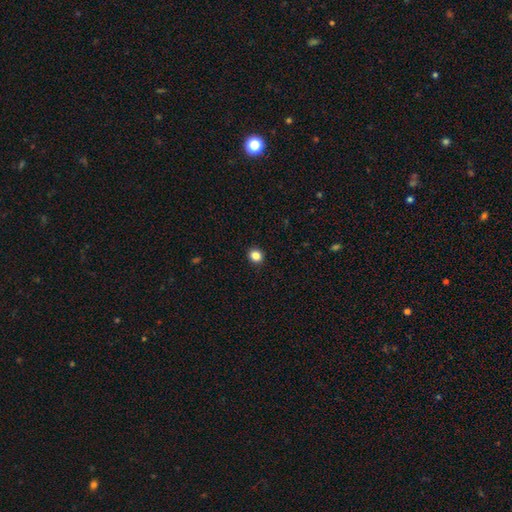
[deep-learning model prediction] Q: Smooth or featured?
A: smooth (85%); runner-up: star or artifact (11%)
Q: How rounded?
A: round (83%); runner-up: in between (16%)
Q: Merging?
A: none (93%); runner-up: minor disturbance (5%)